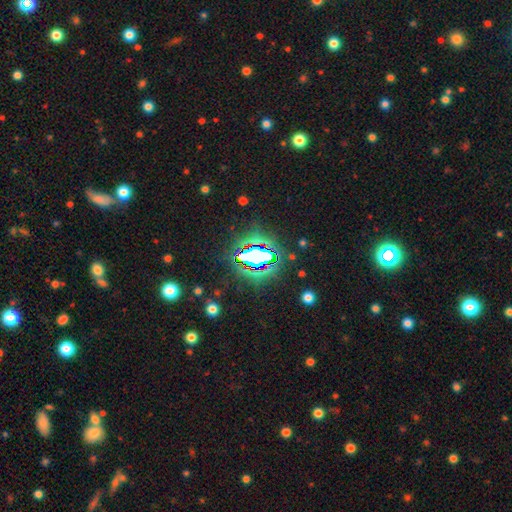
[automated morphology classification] star or artifact 70%, smooth 18%, featured or disk 13%.